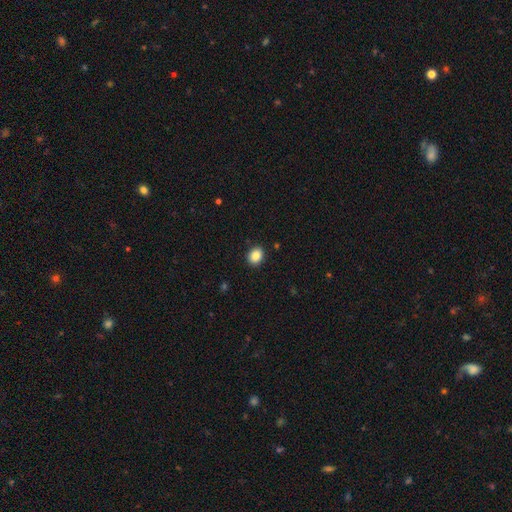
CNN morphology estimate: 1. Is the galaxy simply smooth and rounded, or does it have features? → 87% smooth, 9% star or artifact, 4% featured or disk.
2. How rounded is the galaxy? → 51% in between, 48% round, 1% cigar-shaped.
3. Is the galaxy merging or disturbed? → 91% none, 7% minor disturbance, 2% major disturbance, 1% merger.